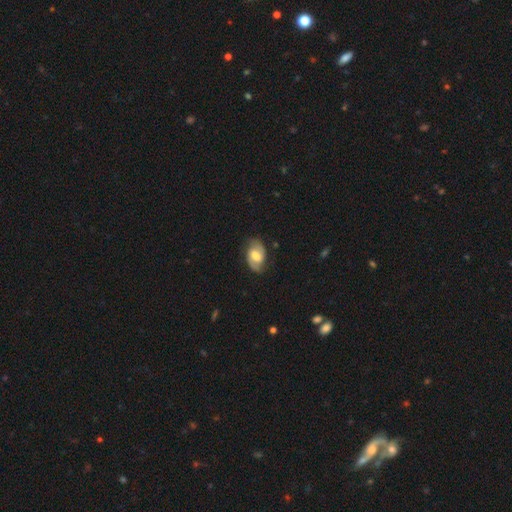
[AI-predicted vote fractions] The model was most divided on "bar": weak: 49%, no: 33%, strong: 17%. Remaining: edge-on disk — no (96%); spiral arm count — 2 (86%); spiral arms — yes (86%); merging — none (77%); smooth or featured — featured or disk (62%); bulge size — moderate (61%); spiral winding — medium (46%).